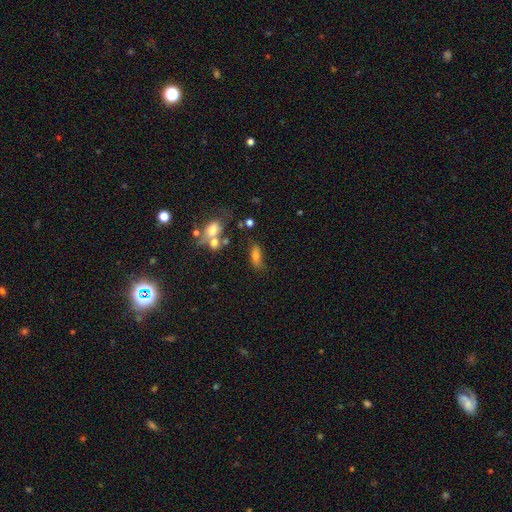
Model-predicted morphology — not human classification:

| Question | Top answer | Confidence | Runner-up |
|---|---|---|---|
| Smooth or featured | smooth | 72% | featured or disk (16%) |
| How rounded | in between | 73% | cigar-shaped (22%) |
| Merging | none | 55% | minor disturbance (21%) |